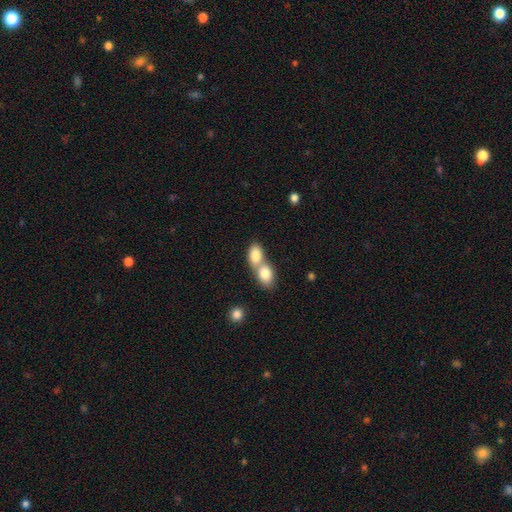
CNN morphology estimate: A smooth galaxy with no disk features (81%) that is in between round and cigar-shaped (82%).

Vote fractions:
- Smooth or featured? smooth: 81% / featured or disk: 12% / star or artifact: 7%
- How rounded? in between: 82% / round: 16% / cigar-shaped: 2%
- Merging? merger: 70% / none: 22% / minor disturbance: 5% / major disturbance: 3%